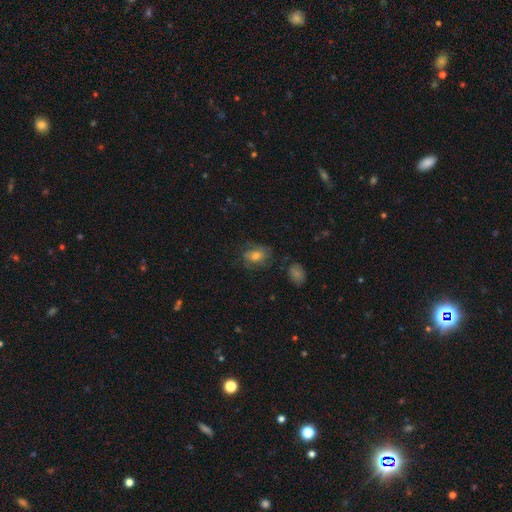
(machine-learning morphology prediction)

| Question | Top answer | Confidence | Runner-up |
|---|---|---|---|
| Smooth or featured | smooth | 53% | featured or disk (33%) |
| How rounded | in between | 63% | round (36%) |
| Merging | none | 65% | minor disturbance (21%) |